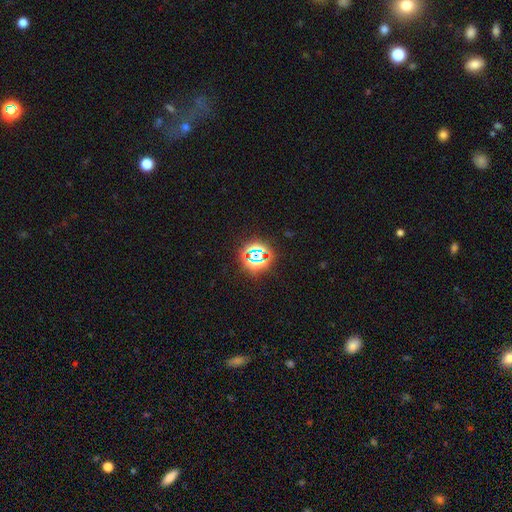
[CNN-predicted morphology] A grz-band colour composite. It shows a star or artifact, not a galaxy (73%).